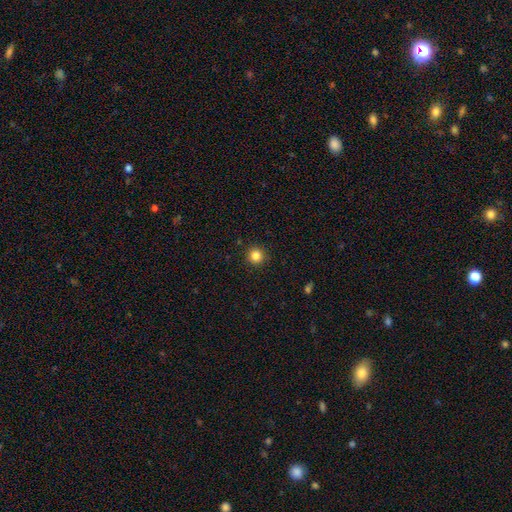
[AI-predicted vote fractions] This is clearly a smooth galaxy (84%). How rounded: clearly round (94%). Merging: clearly none (92%).